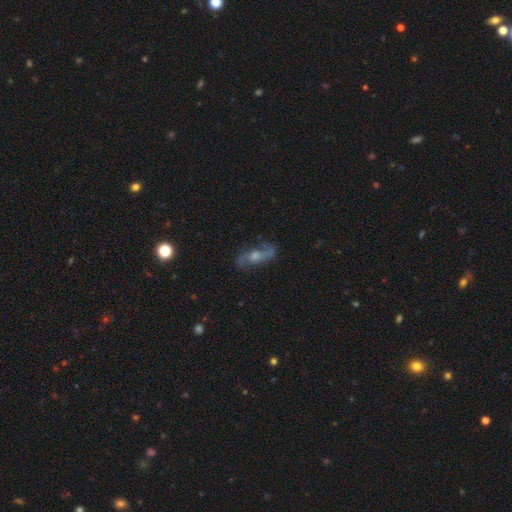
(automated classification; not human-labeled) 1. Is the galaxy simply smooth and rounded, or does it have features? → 74% featured or disk, 15% smooth, 10% star or artifact.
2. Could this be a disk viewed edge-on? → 86% no, 14% yes.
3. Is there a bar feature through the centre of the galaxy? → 55% no, 34% weak, 11% strong.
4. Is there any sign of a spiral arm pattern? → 91% yes, 9% no.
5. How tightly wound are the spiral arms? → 56% loose, 32% medium, 12% tight.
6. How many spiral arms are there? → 88% 2, 6% can't tell, 2% 1, 1% 3, 1% 4, 1% more than 4.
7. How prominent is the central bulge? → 57% moderate, 31% small, 7% large, 4% none, 1% dominant.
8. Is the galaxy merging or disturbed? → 77% none, 15% minor disturbance, 6% major disturbance, 2% merger.